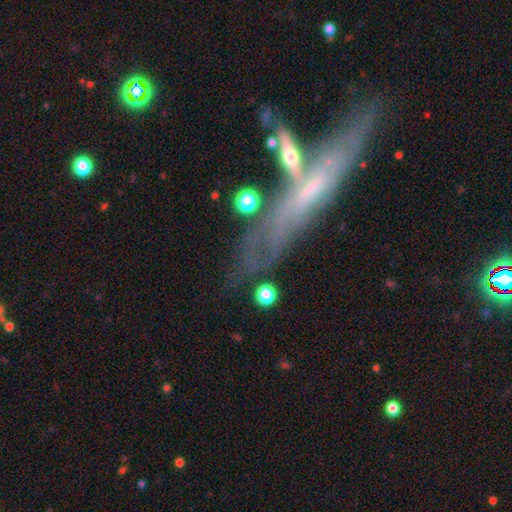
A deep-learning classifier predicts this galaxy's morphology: Smooth or featured: featured or disk — 65% (smooth — 25%)
Edge-on disk: yes — 65% (no — 35%)
Merging: none — 62% (minor disturbance — 18%)